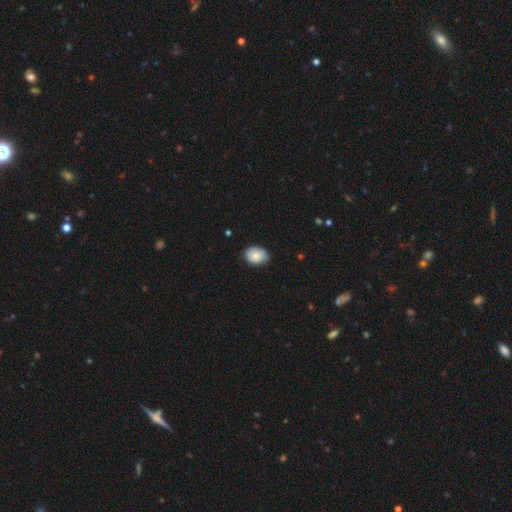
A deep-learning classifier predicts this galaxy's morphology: Smooth or featured? Predicted: smooth (p=0.81). How rounded? Predicted: in between (p=0.66). Merging? Predicted: none (p=0.74).